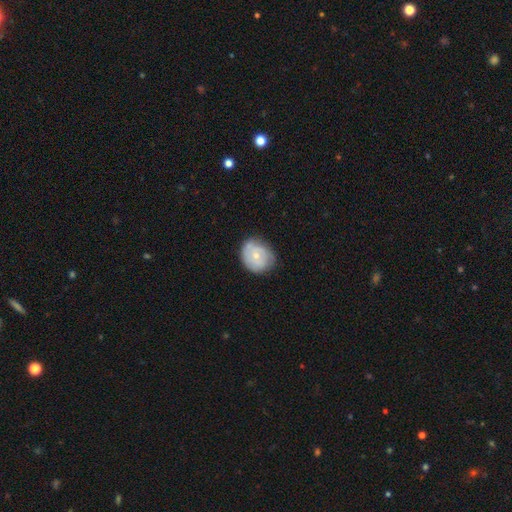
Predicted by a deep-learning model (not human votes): A smooth galaxy with no disk features (49%).

Vote fractions:
- Smooth or featured? smooth: 49% / featured or disk: 45% / star or artifact: 7%
- Merging? none: 63% / minor disturbance: 28% / major disturbance: 7% / merger: 2%